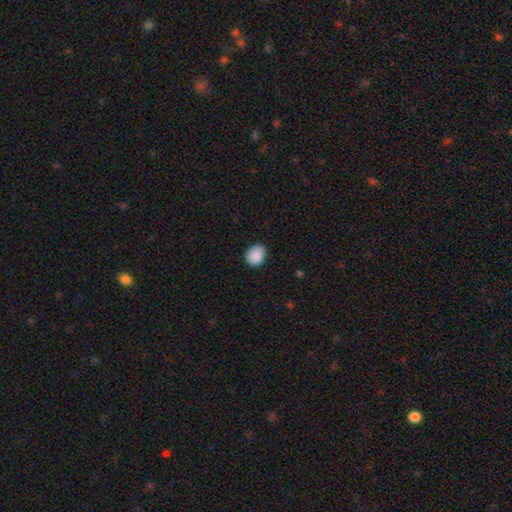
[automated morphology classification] This appears to be a smooth galaxy with no disk features (89%) that is in between round and cigar-shaped (50%). Merging: none (83%).